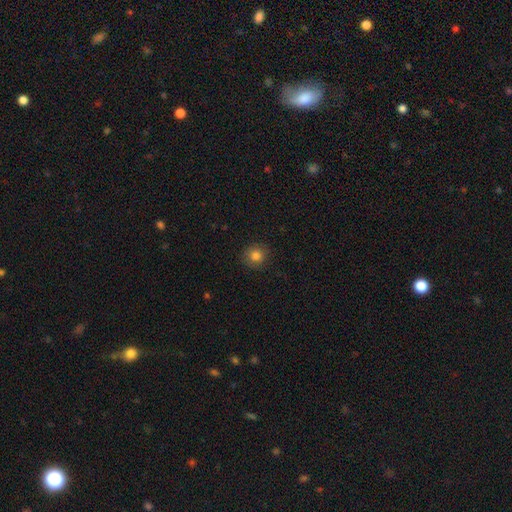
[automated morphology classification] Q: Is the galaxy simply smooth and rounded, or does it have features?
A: smooth — 83%.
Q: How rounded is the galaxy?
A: round — 90%.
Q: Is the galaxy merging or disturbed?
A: none — 89%.